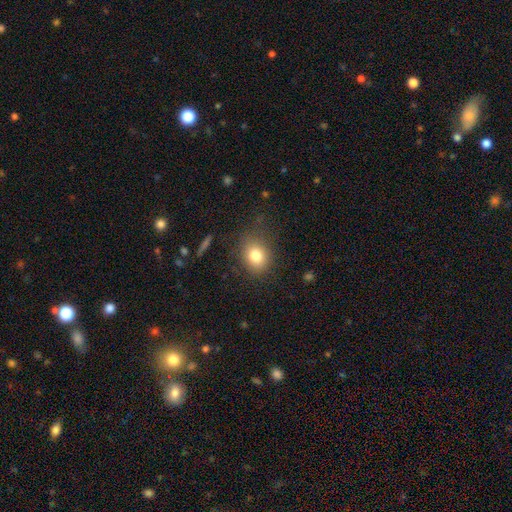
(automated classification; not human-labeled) Overall: smooth (80%). How rounded: round (57%; in between 42%). Merging: none (80%).